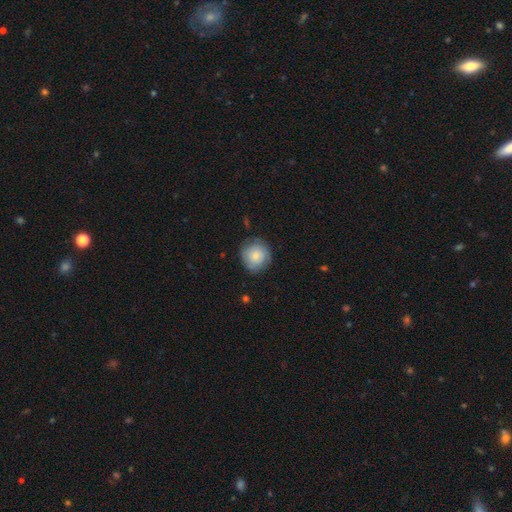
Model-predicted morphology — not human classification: Smooth or featured: smooth — 72% (featured or disk — 21%)
How rounded: round — 91% (in between — 8%)
Merging: none — 78% (minor disturbance — 16%)